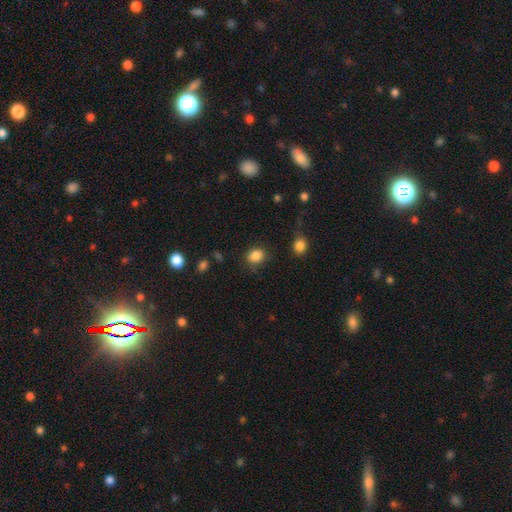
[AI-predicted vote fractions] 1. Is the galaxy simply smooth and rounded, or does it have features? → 85% smooth, 10% star or artifact, 5% featured or disk.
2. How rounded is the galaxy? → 53% round, 46% in between, 1% cigar-shaped.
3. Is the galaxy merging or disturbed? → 77% none, 16% minor disturbance, 5% major disturbance, 3% merger.